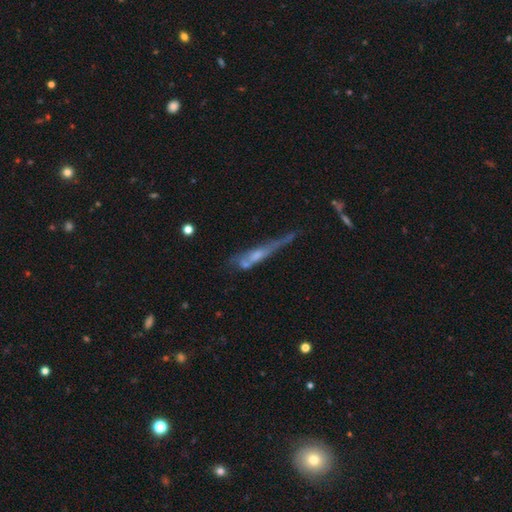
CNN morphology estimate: Q: Smooth or featured?
A: featured or disk (56%); runner-up: smooth (33%)
Q: Edge-on disk?
A: yes (70%); runner-up: no (30%)
Q: Merging?
A: none (31%); runner-up: major disturbance (26%)